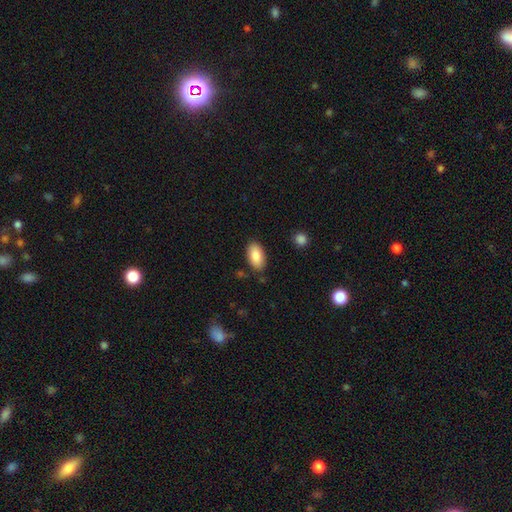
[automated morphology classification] type=smooth (85%); roundness=in between (94%); merging=none (84%).